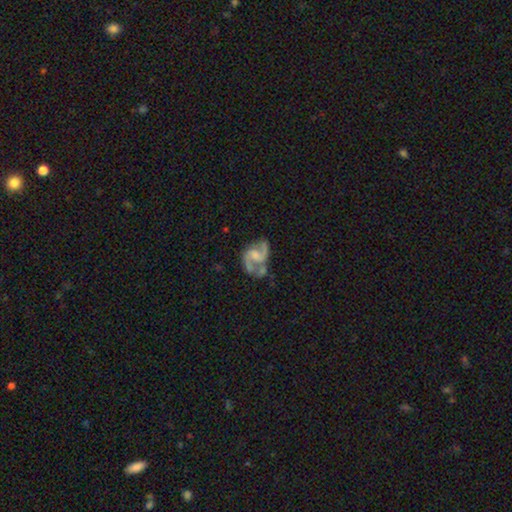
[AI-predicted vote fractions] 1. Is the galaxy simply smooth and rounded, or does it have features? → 86% featured or disk, 9% smooth, 5% star or artifact.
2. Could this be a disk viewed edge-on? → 98% no, 2% yes.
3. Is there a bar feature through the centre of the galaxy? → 47% weak, 42% no, 11% strong.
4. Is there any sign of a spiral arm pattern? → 95% yes, 5% no.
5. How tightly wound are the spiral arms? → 55% medium, 30% loose, 15% tight.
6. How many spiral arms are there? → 90% 2, 3% can't tell, 3% 1, 2% 3, 1% 4, 1% more than 4.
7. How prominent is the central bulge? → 32% moderate (tied), 32% none (tied), 28% small, 7% large, 1% dominant.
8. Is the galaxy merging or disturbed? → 52% none, 22% minor disturbance, 15% major disturbance, 10% merger.